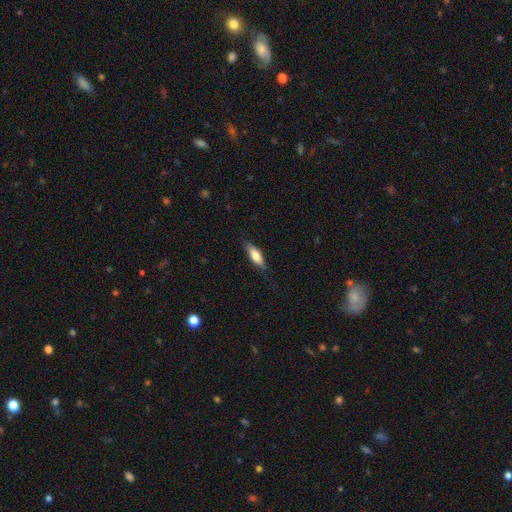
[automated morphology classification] Smooth or featured: smooth — 71% (featured or disk — 24%)
How rounded: in between — 51% (cigar-shaped — 47%)
Merging: none — 78% (minor disturbance — 17%)